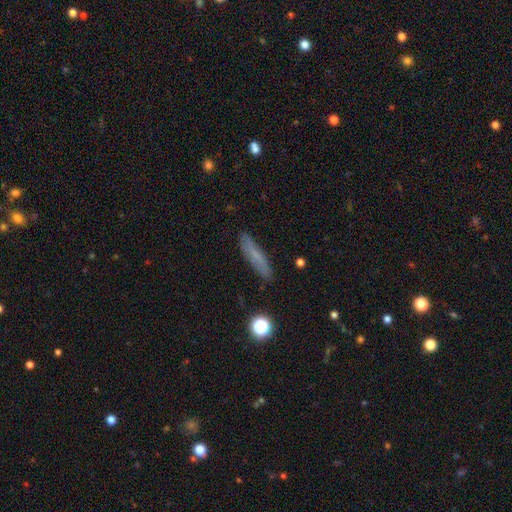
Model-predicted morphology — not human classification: This is likely a smooth galaxy (67%). How rounded: clearly cigar-shaped (85%). Merging: clearly none (86%).